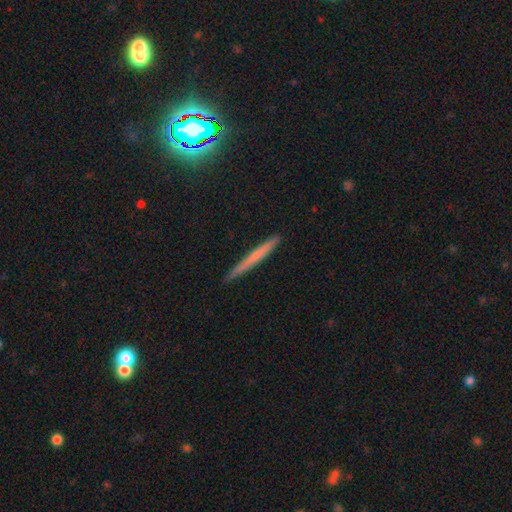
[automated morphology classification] Q: Smooth or featured?
A: smooth (56%); runner-up: featured or disk (37%)
Q: How rounded?
A: cigar-shaped (97%); runner-up: in between (2%)
Q: Merging?
A: none (91%); runner-up: minor disturbance (7%)